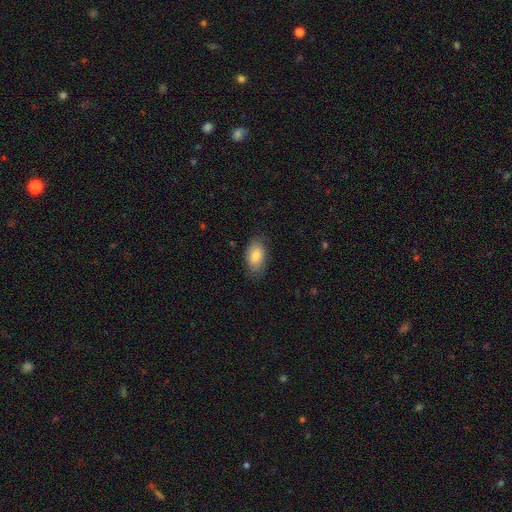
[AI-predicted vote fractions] Q: Smooth or featured?
A: smooth (82%); runner-up: featured or disk (11%)
Q: How rounded?
A: in between (92%); runner-up: round (6%)
Q: Merging?
A: none (77%); runner-up: minor disturbance (17%)